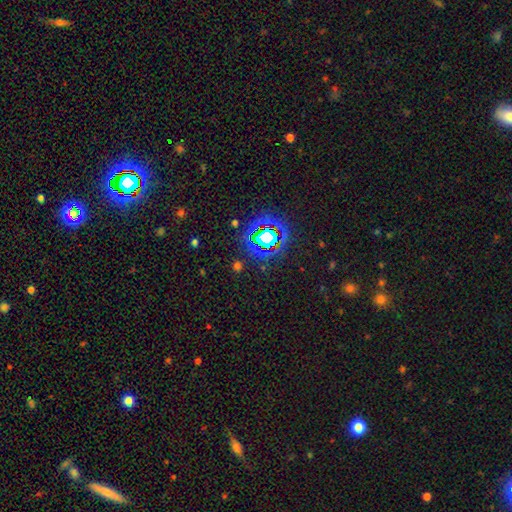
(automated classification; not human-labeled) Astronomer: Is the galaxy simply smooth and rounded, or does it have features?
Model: star or artifact — 79%.